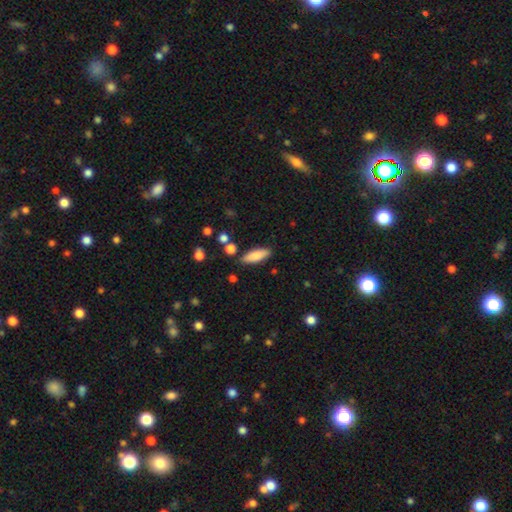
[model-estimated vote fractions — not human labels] smooth_or_featured: smooth (p=0.83) [alt: featured or disk p=0.11]
how_rounded: in between (p=0.58) [alt: cigar-shaped p=0.40]
merging: none (p=0.84) [alt: minor disturbance p=0.11]